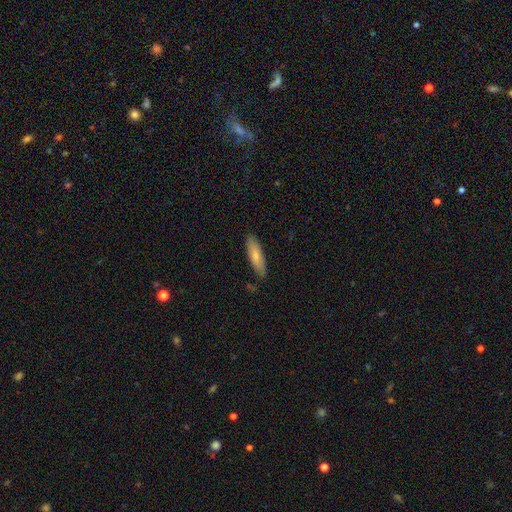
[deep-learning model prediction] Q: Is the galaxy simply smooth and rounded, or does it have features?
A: smooth — 76%.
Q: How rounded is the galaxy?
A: cigar-shaped — 58%.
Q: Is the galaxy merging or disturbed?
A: none — 84%.